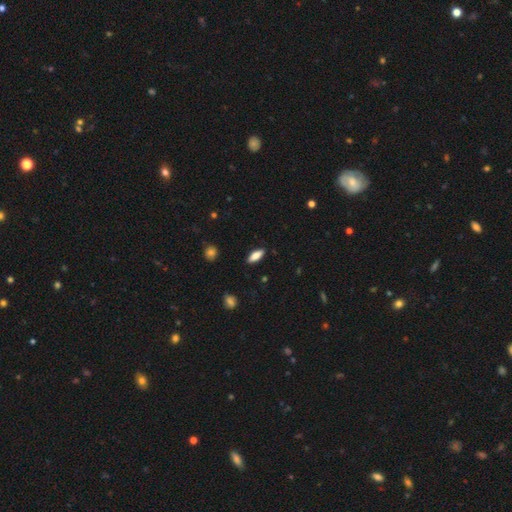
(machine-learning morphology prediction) smooth-or-featured: smooth: 82% | featured or disk: 11% | star or artifact: 7%
  how-rounded: in between: 72% | cigar-shaped: 26% | round: 2%
  merging: none: 87% | minor disturbance: 9% | major disturbance: 2% | merger: 1%